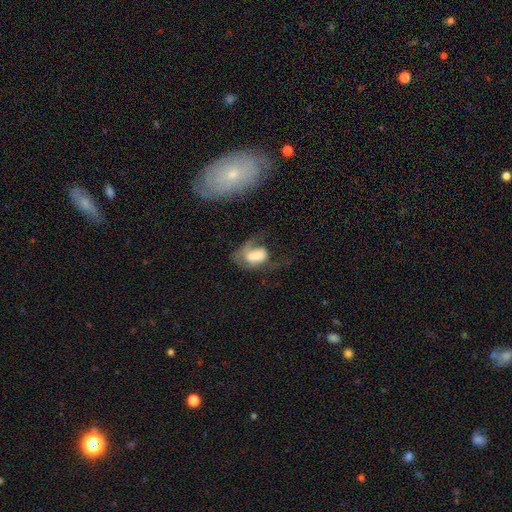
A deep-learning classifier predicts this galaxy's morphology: A smooth galaxy with no disk features (54%) that is in between round and cigar-shaped (80%).

Vote fractions:
- Smooth or featured? smooth: 54% / featured or disk: 37% / star or artifact: 9%
- How rounded? in between: 80% / round: 18% / cigar-shaped: 2%
- Merging? major disturbance: 38% / merger: 31% / none: 17% / minor disturbance: 14%